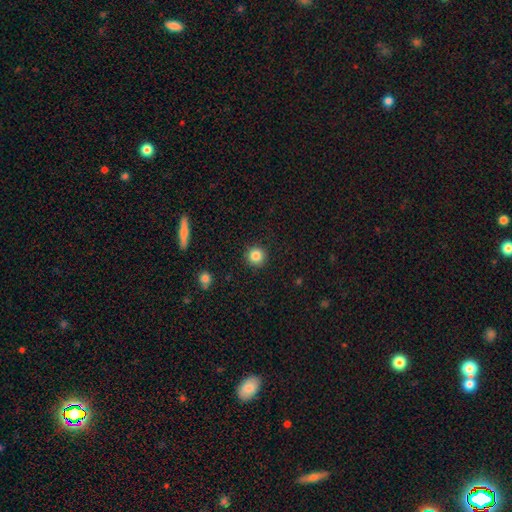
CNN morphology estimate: type=smooth (85%); roundness=round (94%); merging=none (91%).